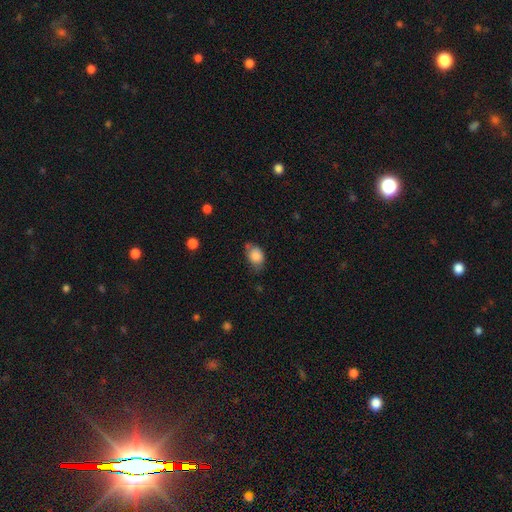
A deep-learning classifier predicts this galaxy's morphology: type=smooth (85%); roundness=in between (68%); merging=none (52%).